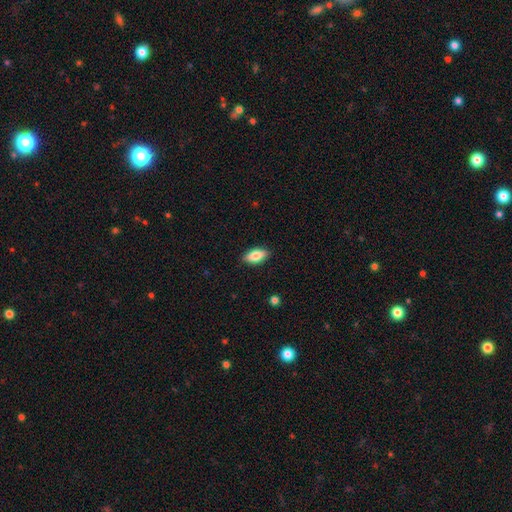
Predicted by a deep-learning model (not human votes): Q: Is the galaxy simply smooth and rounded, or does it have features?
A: smooth — 77%.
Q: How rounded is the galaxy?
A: in between — 86%.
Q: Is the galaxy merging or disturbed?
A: none — 88%.